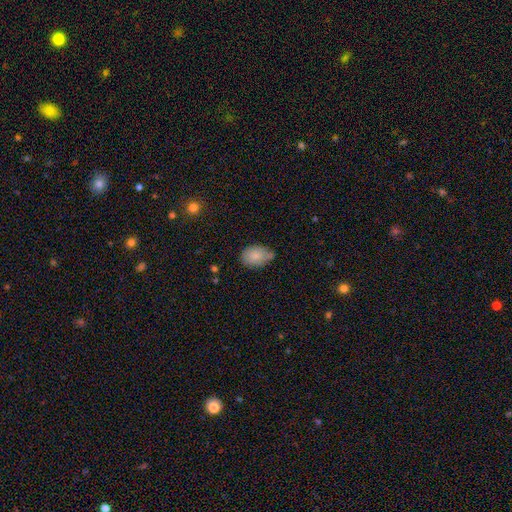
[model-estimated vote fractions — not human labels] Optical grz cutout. It shows a smooth galaxy with no disk features (83%) that is in between round and cigar-shaped (83%). Merging: none (57%).